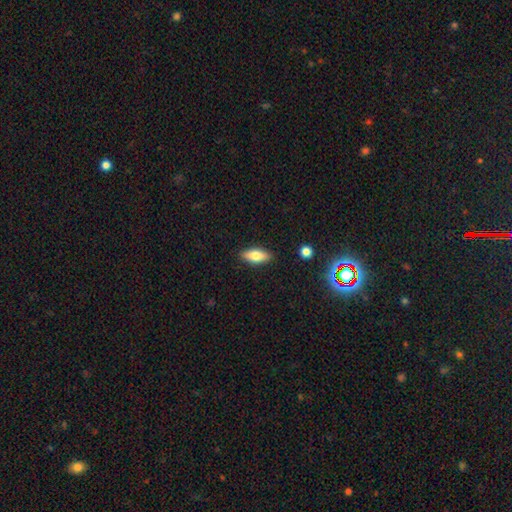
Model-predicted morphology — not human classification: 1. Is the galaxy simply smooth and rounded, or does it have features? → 72% smooth, 21% featured or disk, 7% star or artifact.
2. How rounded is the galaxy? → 77% in between, 20% cigar-shaped, 3% round.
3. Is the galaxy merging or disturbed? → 88% none, 9% minor disturbance, 2% major disturbance, 1% merger.